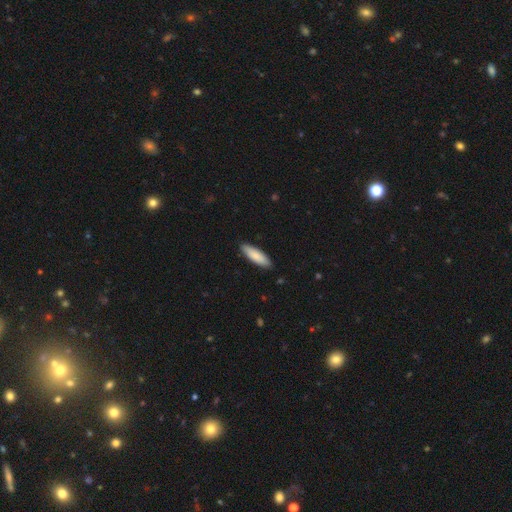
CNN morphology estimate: This appears to be a smooth galaxy with no disk features (85%) that is cigar-shaped (54%). Merging: none (89%).